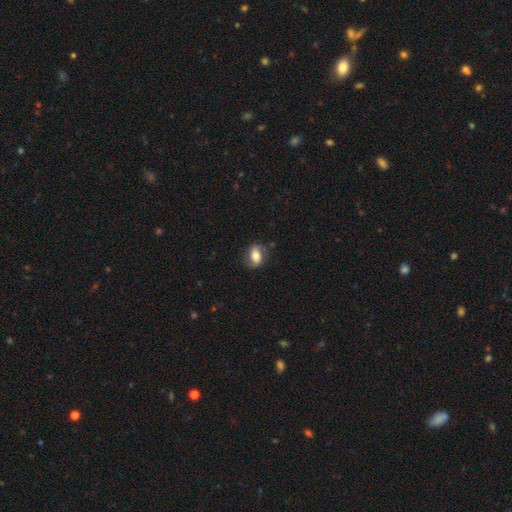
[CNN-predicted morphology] Smooth or featured? Predicted: smooth (p=0.61). How rounded? Predicted: in between (p=0.76). Merging? Predicted: none (p=0.74).